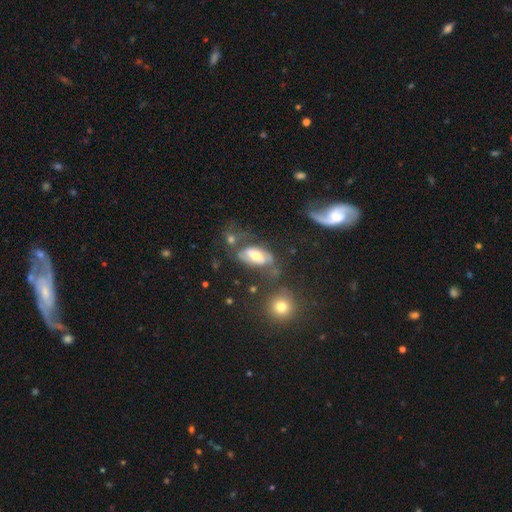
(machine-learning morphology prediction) smooth-or-featured: featured or disk: 54% | smooth: 37% | star or artifact: 9%
  disk-edge-on: no: 89% | yes: 11%
  merging: none: 39% | major disturbance: 25% | minor disturbance: 22% | merger: 14%